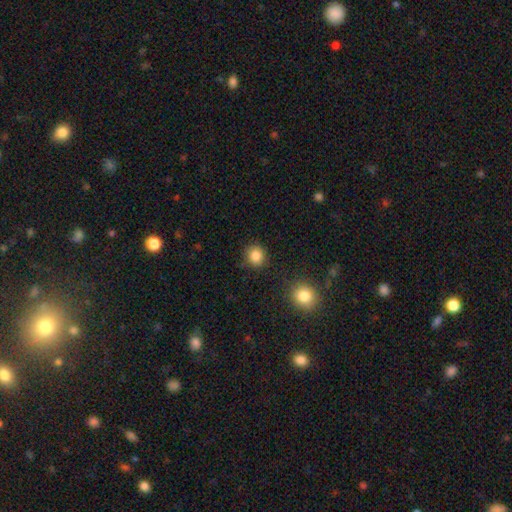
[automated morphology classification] A smooth galaxy with no disk features (85%) that is round (86%).

Vote fractions:
- Smooth or featured? smooth: 85% / star or artifact: 11% / featured or disk: 4%
- How rounded? round: 86% / in between: 13% / cigar-shaped: 1%
- Merging? none: 85% / minor disturbance: 9% / major disturbance: 3% / merger: 3%